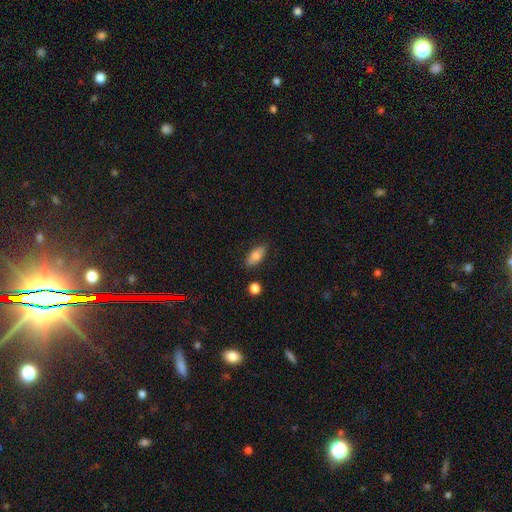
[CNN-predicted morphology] This appears to be a smooth galaxy with no disk features (77%) that is in between round and cigar-shaped (86%). Merging: none (83%).